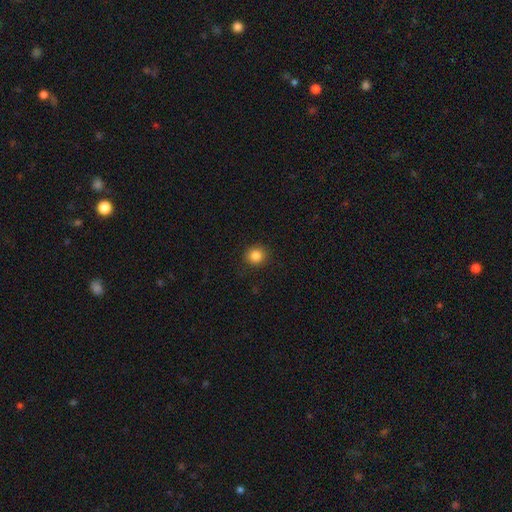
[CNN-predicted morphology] Smooth or featured: smooth — 85% (star or artifact — 11%)
How rounded: round — 90% (in between — 9%)
Merging: none — 90% (minor disturbance — 7%)